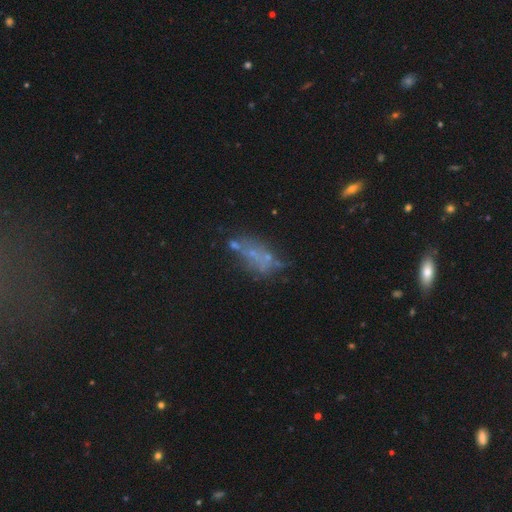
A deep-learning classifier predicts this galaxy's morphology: This appears to be a featured or disk galaxy (39%). Merging: none (46%).